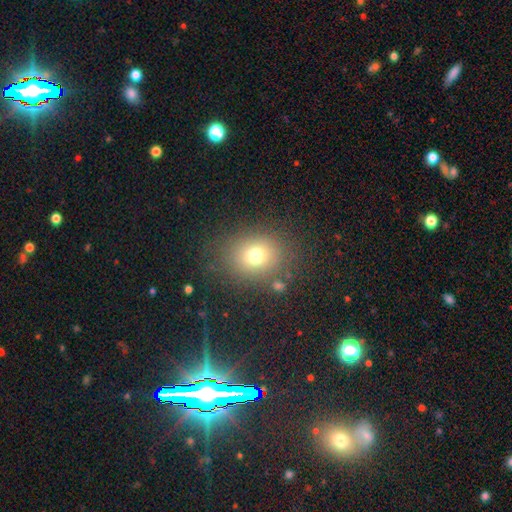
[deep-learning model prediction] A smooth galaxy with no disk features (72%) that is round (63%).

Vote fractions:
- Smooth or featured? smooth: 72% / star or artifact: 16% / featured or disk: 12%
- How rounded? round: 63% / in between: 36% / cigar-shaped: 1%
- Merging? none: 80% / minor disturbance: 11% / major disturbance: 6% / merger: 3%